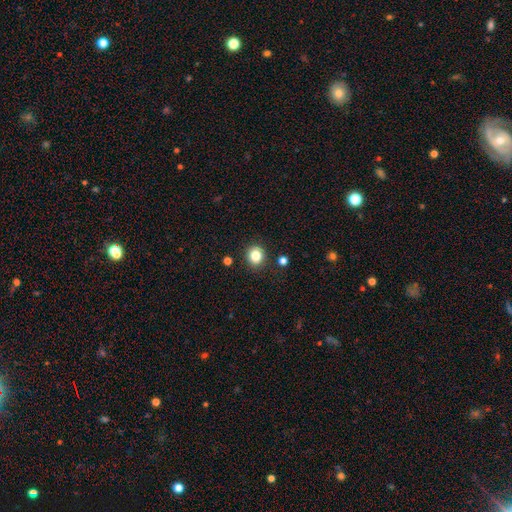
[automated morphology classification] A smooth galaxy with no disk features (83%) that is round (78%).

Vote fractions:
- Smooth or featured? smooth: 83% / star or artifact: 11% / featured or disk: 6%
- How rounded? round: 78% / in between: 21% / cigar-shaped: 1%
- Merging? none: 88% / minor disturbance: 7% / merger: 2% / major disturbance: 2%